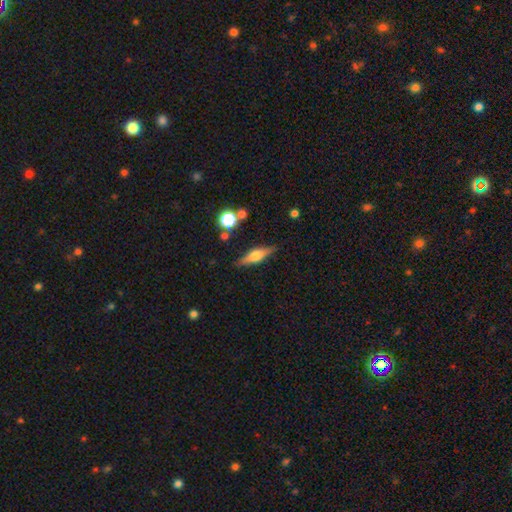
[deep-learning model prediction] The model was most divided on "smooth or featured": featured or disk: 60%, smooth: 33%, star or artifact: 7%. More confident: edge-on disk — yes (94%); edge-on bulge — rounded (86%); merging — none (84%).